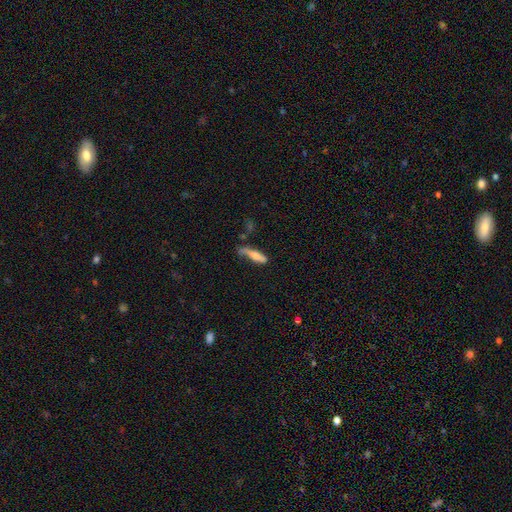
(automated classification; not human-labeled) smooth_or_featured: smooth (p=0.64) [alt: featured or disk p=0.29]
how_rounded: cigar-shaped (p=0.70) [alt: in between p=0.28]
merging: none (p=0.44) [alt: minor disturbance p=0.30]